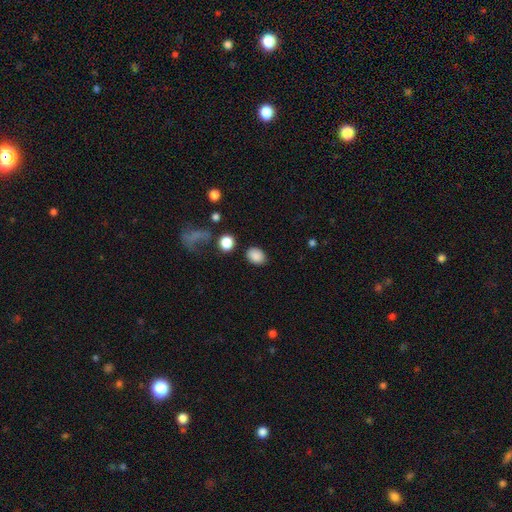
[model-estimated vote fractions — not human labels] smooth 87%, star or artifact 9%, featured or disk 4%. Down the decision tree: how rounded — in between (71%); merging — none (82%).